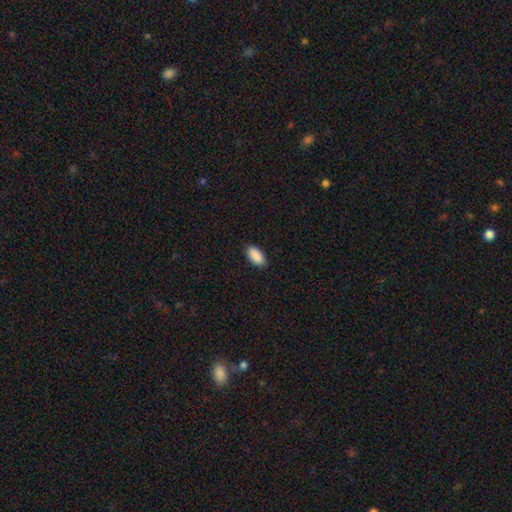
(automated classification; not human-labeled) This is clearly a smooth galaxy (91%). How rounded: clearly in between (94%). Merging: clearly none (89%).